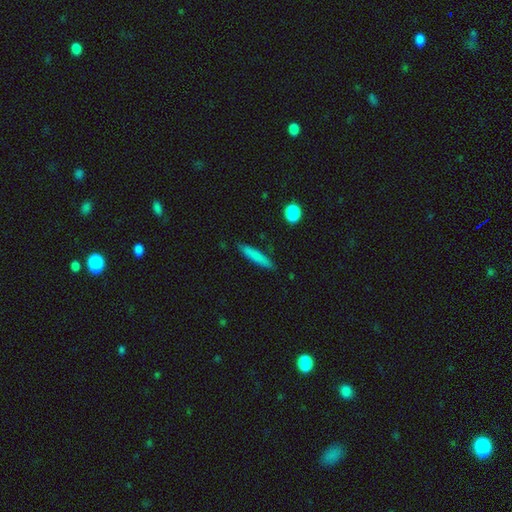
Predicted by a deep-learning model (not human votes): Overall: smooth (76%). How rounded: cigar-shaped (91%). Merging: none (85%).